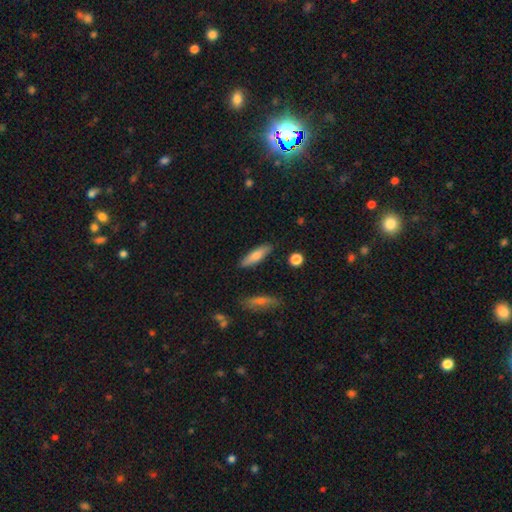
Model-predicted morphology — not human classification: This appears to be a smooth galaxy with no disk features (75%) that is cigar-shaped (61%). Merging: none (86%).